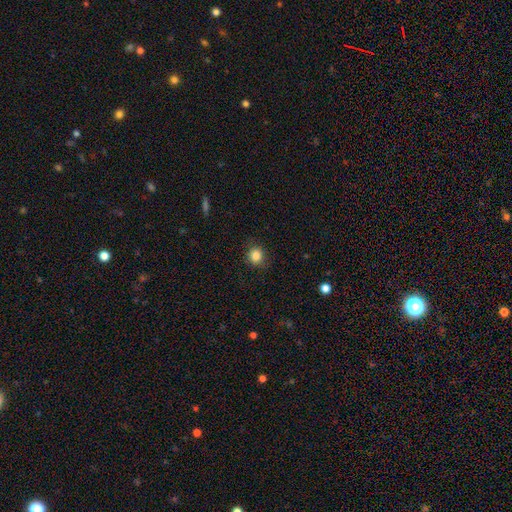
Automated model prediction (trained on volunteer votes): A smooth galaxy with no disk features (84%) that is round (81%).

Vote fractions:
- Smooth or featured? smooth: 84% / star or artifact: 11% / featured or disk: 5%
- How rounded? round: 81% / in between: 18% / cigar-shaped: 1%
- Merging? none: 84% / minor disturbance: 12% / major disturbance: 3% / merger: 1%